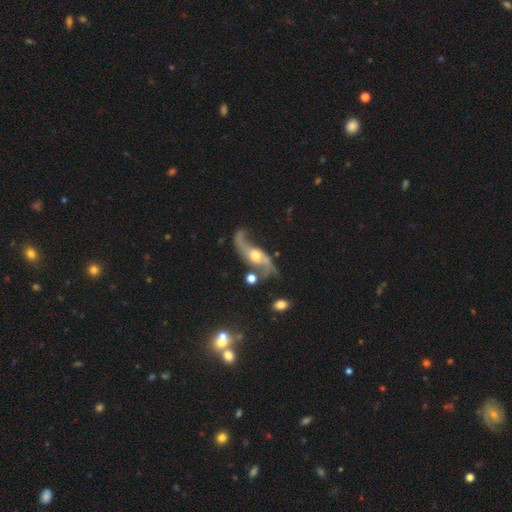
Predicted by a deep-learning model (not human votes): This is clearly a featured or disk galaxy (88%). It is clearly not viewed edge-on (92%). Bar: likely no (61%). Spiral arm pattern: clearly yes (96%). Spiral arm count: clearly 2 (93%). Spiral winding: clearly loose (85%). Central bulge: likely moderate (68%). Merging: likely none (61%).